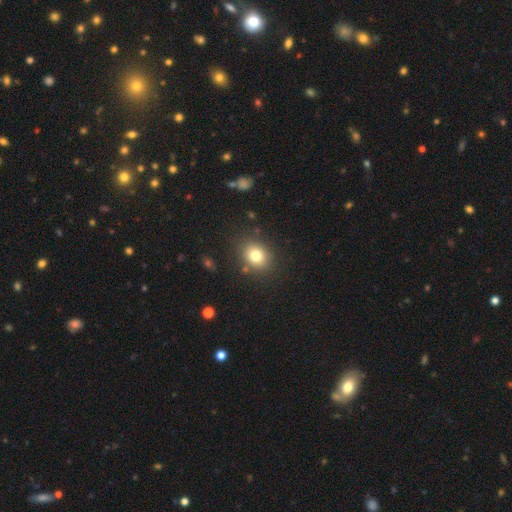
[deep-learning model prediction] smooth-or-featured: smooth: 78% | star or artifact: 12% | featured or disk: 10%
  how-rounded: round: 61% | in between: 38% | cigar-shaped: 1%
  merging: none: 84% | minor disturbance: 10% | major disturbance: 4% | merger: 3%